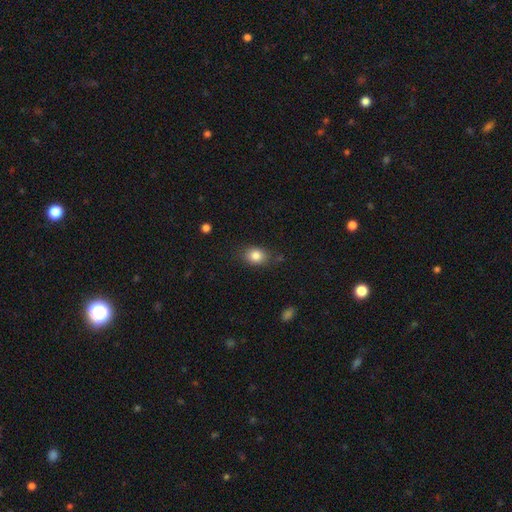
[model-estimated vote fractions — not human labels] smooth_or_featured: smooth (p=0.84) [alt: star or artifact p=0.10]
how_rounded: in between (p=0.61) [alt: round p=0.38]
merging: none (p=0.79) [alt: minor disturbance p=0.15]